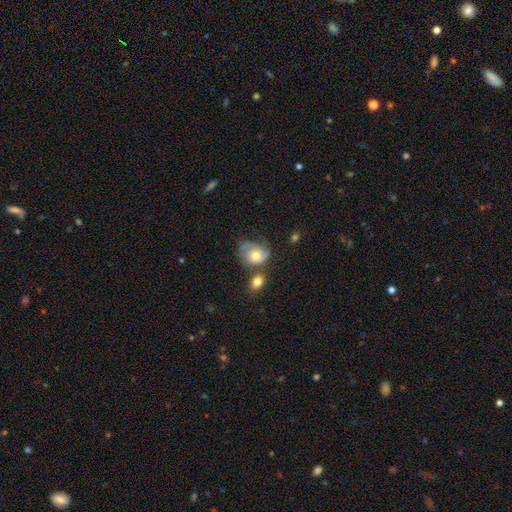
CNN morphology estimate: Smooth or featured: featured or disk — 47% (smooth — 45%)
Merging: none — 37% (minor disturbance — 25%)